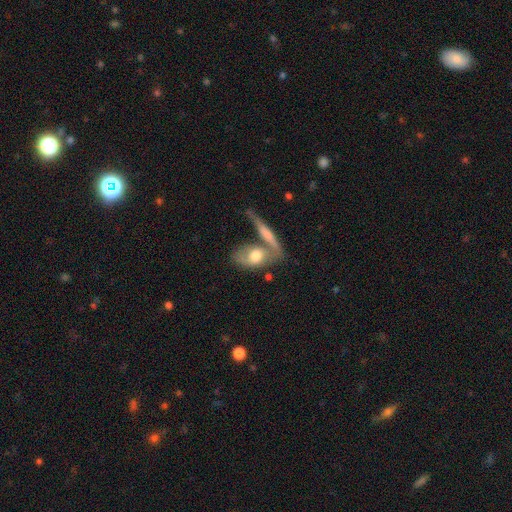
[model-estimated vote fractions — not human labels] Q: Smooth or featured?
A: smooth (54%); runner-up: featured or disk (40%)
Q: How rounded?
A: in between (76%); runner-up: cigar-shaped (13%)
Q: Merging?
A: merger (38%); runner-up: none (37%)